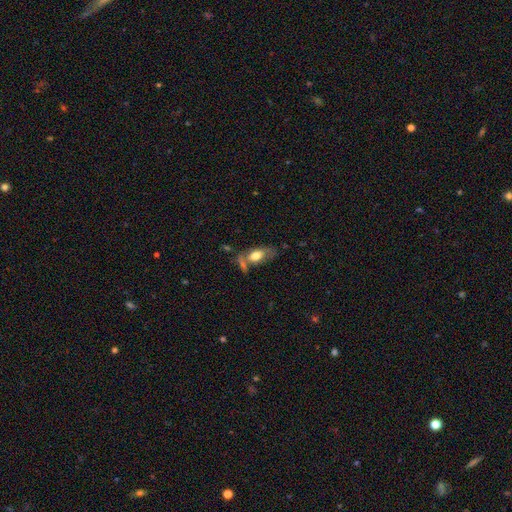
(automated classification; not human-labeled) Overall: smooth (63%; featured or disk 30%). How rounded: in between (87%). Merging: none (42%; merger 24%).